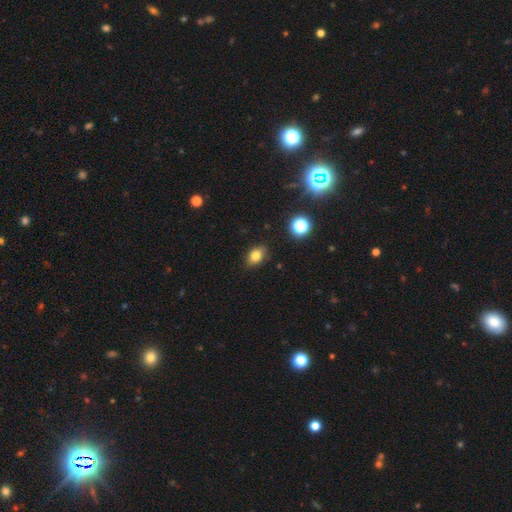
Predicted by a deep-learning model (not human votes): Smooth or featured: smooth — 78% (star or artifact — 12%)
How rounded: in between — 77% (round — 21%)
Merging: none — 84% (minor disturbance — 12%)